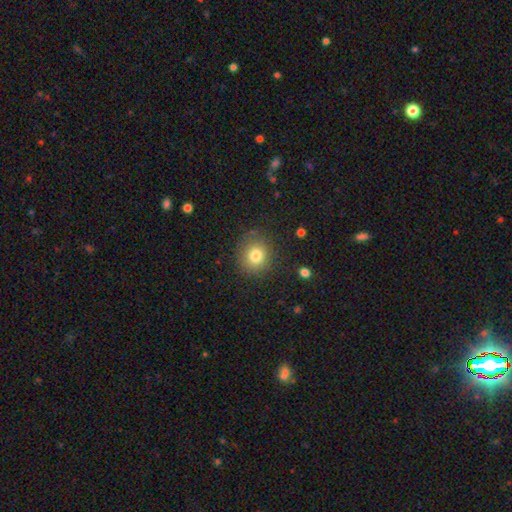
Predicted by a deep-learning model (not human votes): Morphology: type=smooth (80%); roundness=round (83%); merging=none (83%).